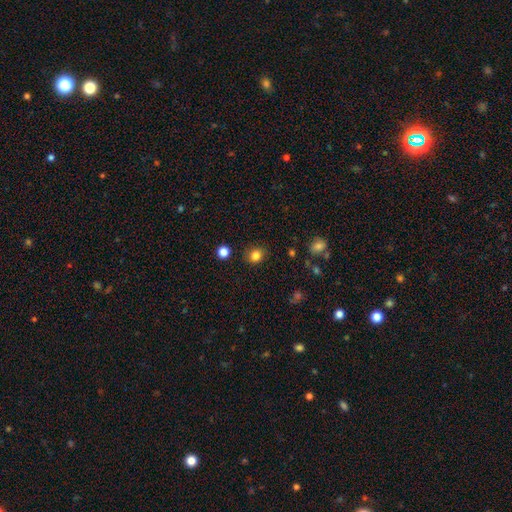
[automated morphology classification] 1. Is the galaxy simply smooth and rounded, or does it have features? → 83% smooth, 12% star or artifact, 5% featured or disk.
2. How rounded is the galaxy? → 75% round, 24% in between, 1% cigar-shaped.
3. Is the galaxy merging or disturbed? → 86% none, 10% minor disturbance, 3% major disturbance, 2% merger.